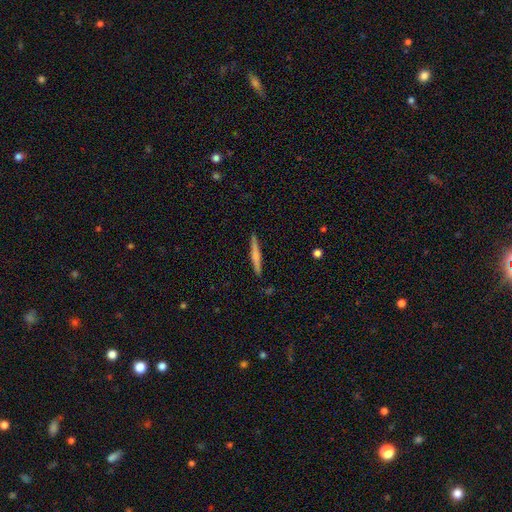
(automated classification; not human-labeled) The model was most divided on "smooth or featured": smooth: 55%, featured or disk: 39%, star or artifact: 6%. More confident: how rounded — cigar-shaped (95%); merging — none (90%).